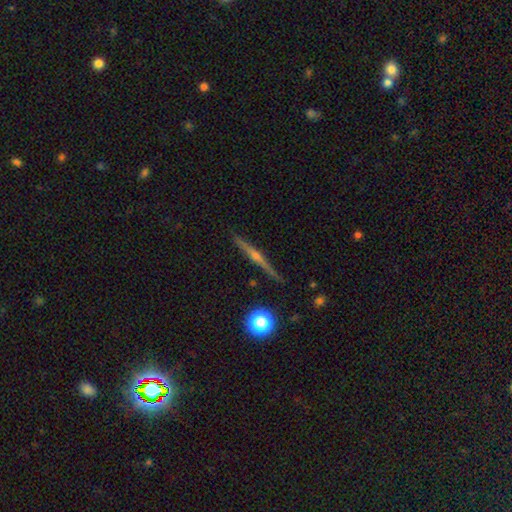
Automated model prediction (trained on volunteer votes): Smooth or featured: featured or disk — 75% (smooth — 17%)
Edge-on disk: yes — 98% (no — 2%)
Edge-on bulge: rounded — 84% (none — 11%)
Merging: none — 90% (minor disturbance — 7%)